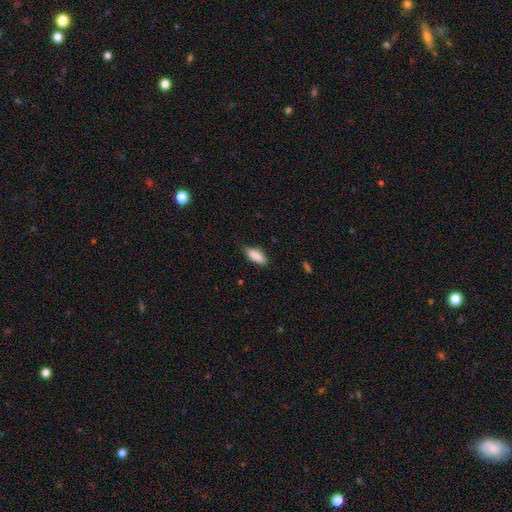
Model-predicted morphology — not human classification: smooth_or_featured: smooth (p=0.86) [alt: featured or disk p=0.07]
how_rounded: in between (p=0.71) [alt: cigar-shaped p=0.27]
merging: none (p=0.70) [alt: minor disturbance p=0.25]